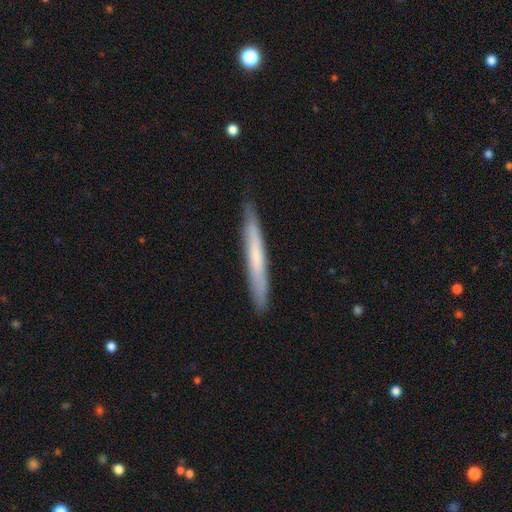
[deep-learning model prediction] A smooth galaxy with no disk features (57%) that is cigar-shaped (97%). Merging: none (88%).